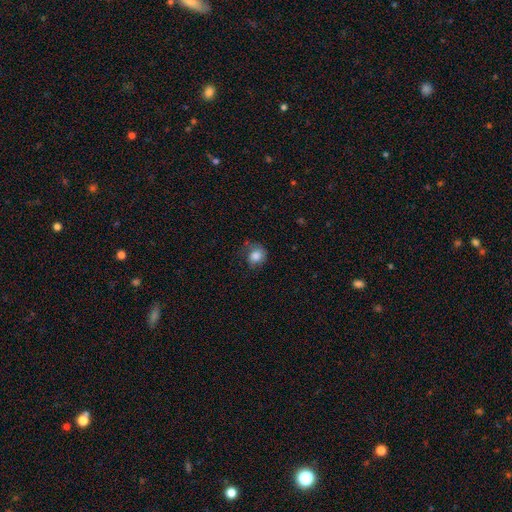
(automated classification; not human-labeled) This is clearly a smooth galaxy (82%). How rounded: likely round (66%). Merging: possibly none (54%).